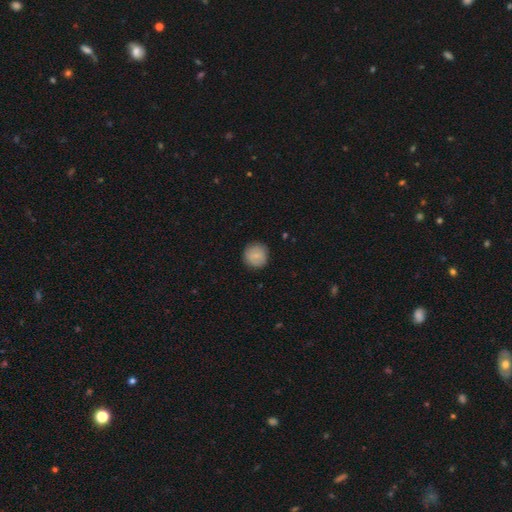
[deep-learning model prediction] Smooth or featured? Predicted: smooth (p=0.84). How rounded? Predicted: round (p=0.94). Merging? Predicted: none (p=0.90).